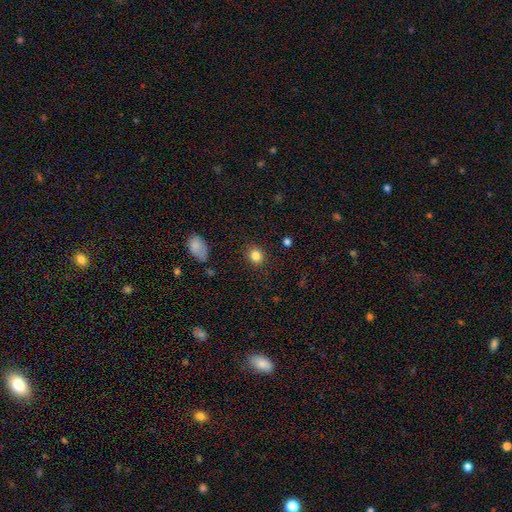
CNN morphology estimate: This appears to be a smooth galaxy with no disk features (84%) that is round (74%). Merging: none (87%).